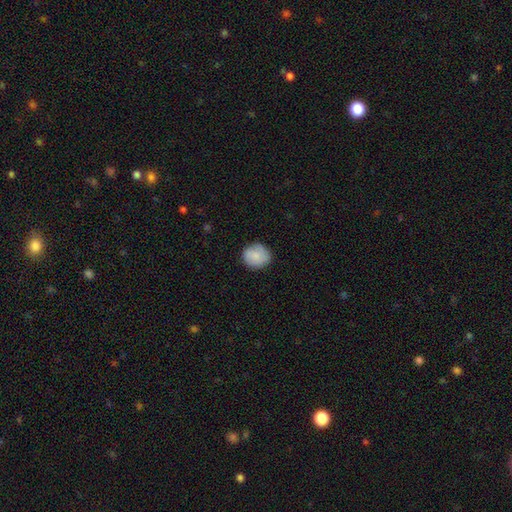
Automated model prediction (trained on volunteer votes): The model was most divided on "how rounded": round: 82%, in between: 17%, cigar-shaped: 1%. More confident: merging — none (82%); smooth or featured — smooth (80%).